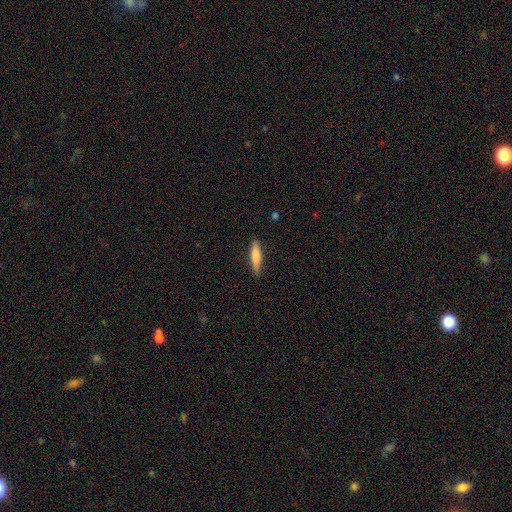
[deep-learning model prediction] smooth-or-featured: smooth: 73% | featured or disk: 21% | star or artifact: 6%
  how-rounded: cigar-shaped: 79% | in between: 19% | round: 2%
  merging: none: 85% | minor disturbance: 11% | major disturbance: 2% | merger: 1%